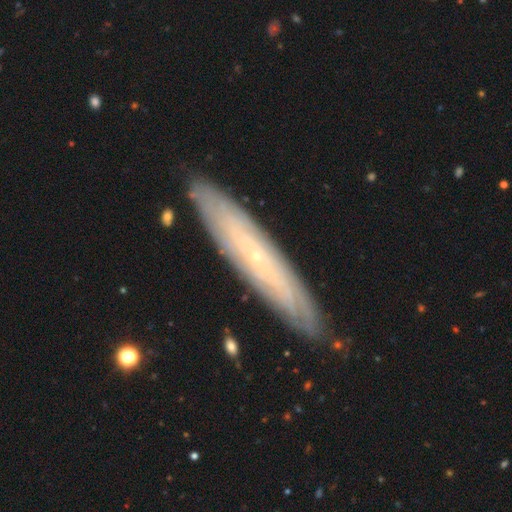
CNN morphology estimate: smooth-or-featured: featured or disk: 70% | smooth: 23% | star or artifact: 8%
  disk-edge-on: yes: 51% | no: 49%
  merging: none: 88% | minor disturbance: 9% | major disturbance: 2% | merger: 1%